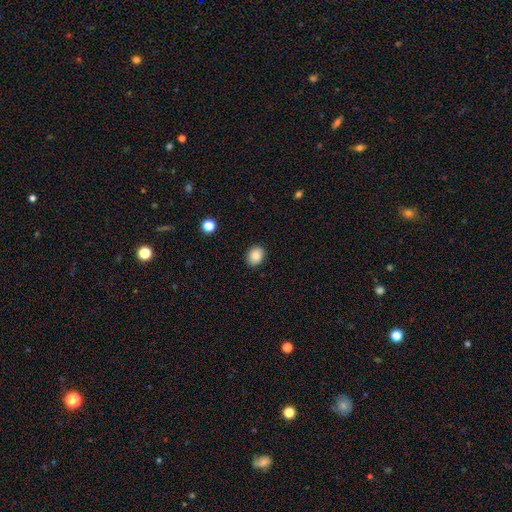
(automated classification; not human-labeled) smooth-or-featured: smooth: 85% | star or artifact: 9% | featured or disk: 6%
  how-rounded: in between: 54% | round: 45% | cigar-shaped: 1%
  merging: none: 88% | minor disturbance: 9% | major disturbance: 2% | merger: 1%